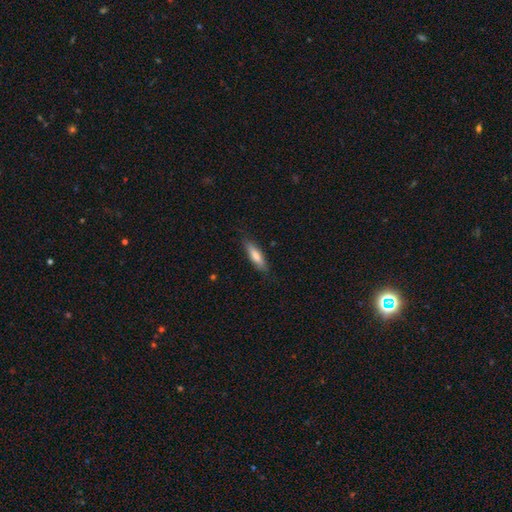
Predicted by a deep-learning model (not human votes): Overall: smooth (72%). How rounded: cigar-shaped (66%; in between 32%). Merging: none (84%).